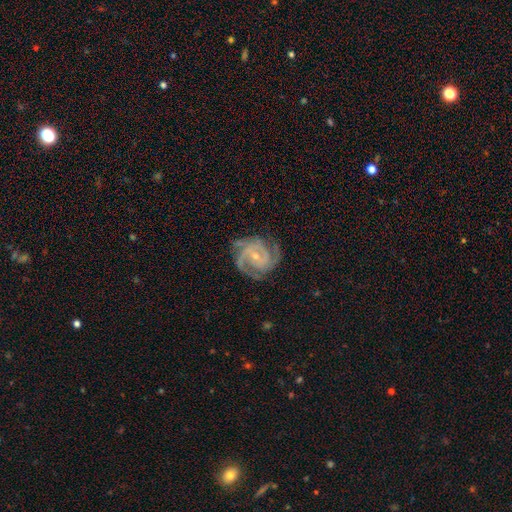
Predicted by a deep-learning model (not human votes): A featured or disk galaxy (91%) with no bar (59%), 2 (42%) tight (58%) spiral arms (98%) and a small central bulge (69%).

Vote fractions:
- Smooth or featured? featured or disk: 91% / star or artifact: 4% / smooth: 4%
- Edge-on disk? no: 98% / yes: 2%
- Bar? no: 59% / weak: 31% / strong: 11%
- Spiral arms? yes: 98% / no: 2%
- Spiral winding? tight: 58% / medium: 37% / loose: 5%
- Spiral arm count? 2: 42% / 3: 38% / can't tell: 7% / 4: 6% / 1: 4% / more than 4: 4%
- Bulge size? small: 69% / moderate: 27% / none: 1% / large: 1% / dominant: 1%
- Merging? none: 76% / minor disturbance: 17% / major disturbance: 6% / merger: 1%